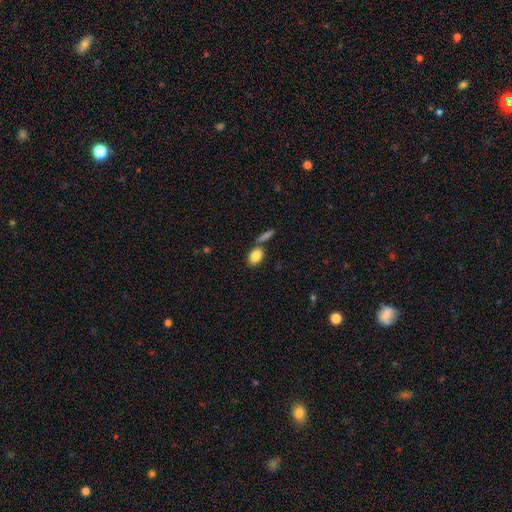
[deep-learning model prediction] Morphology: type=smooth (85%); roundness=in between (83%); merging=none (64%).